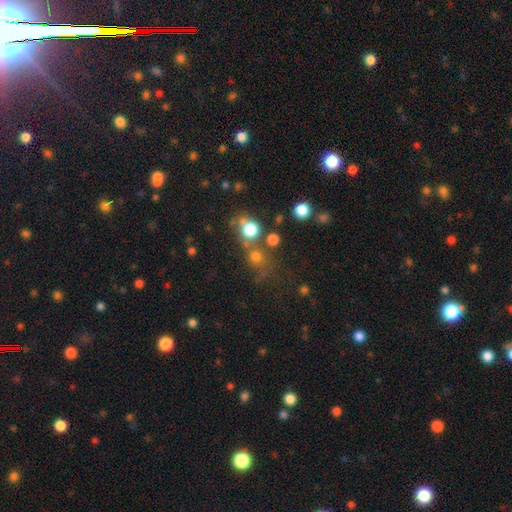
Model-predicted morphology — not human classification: The model was most divided on "smooth or featured": smooth: 51%, star or artifact: 38%, featured or disk: 11%. More confident: how rounded — round (69%); merging — none (51%).